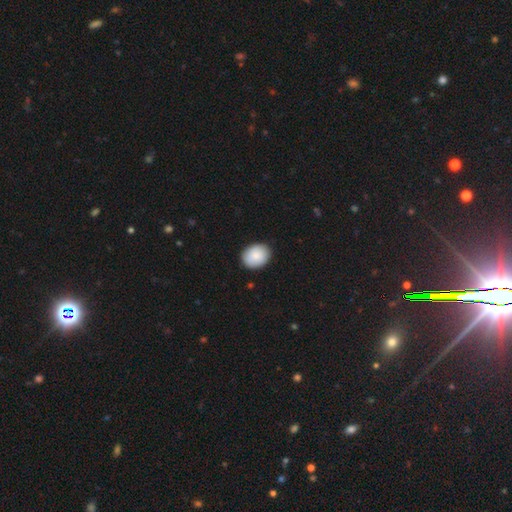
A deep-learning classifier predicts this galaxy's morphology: smooth_or_featured: smooth (p=0.87) [alt: featured or disk p=0.07]
how_rounded: in between (p=0.54) [alt: round p=0.45]
merging: none (p=0.89) [alt: minor disturbance p=0.09]